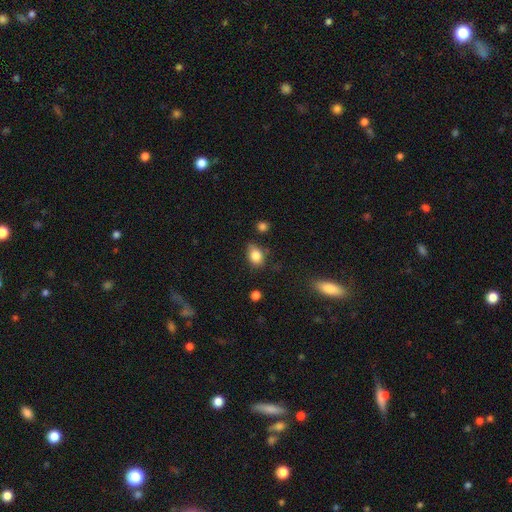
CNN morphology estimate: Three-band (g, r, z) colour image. It shows a smooth galaxy with no disk features (82%) that is in between round and cigar-shaped (69%). Merging: none (64%).